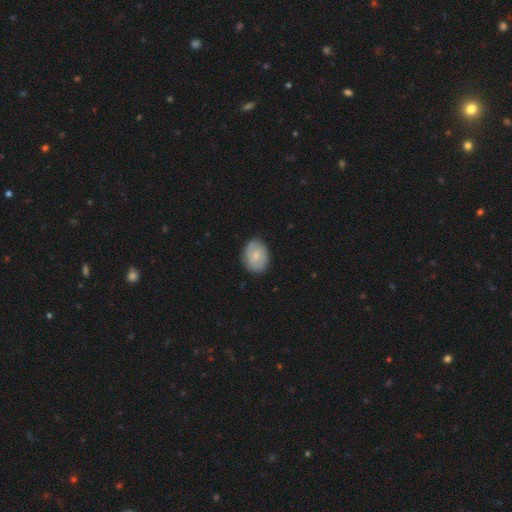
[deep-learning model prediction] smooth_or_featured: smooth (p=0.52) [alt: featured or disk p=0.42]
how_rounded: in between (p=0.66) [alt: round p=0.33]
merging: none (p=0.82) [alt: minor disturbance p=0.13]